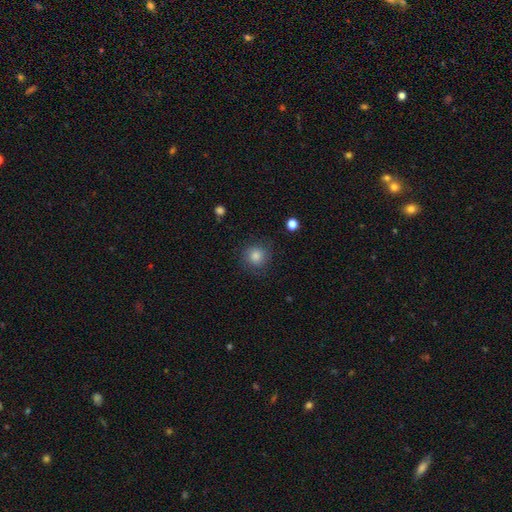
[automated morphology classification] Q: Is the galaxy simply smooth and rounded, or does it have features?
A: smooth — 80%.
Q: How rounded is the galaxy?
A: round — 91%.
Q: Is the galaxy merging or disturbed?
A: none — 83%.